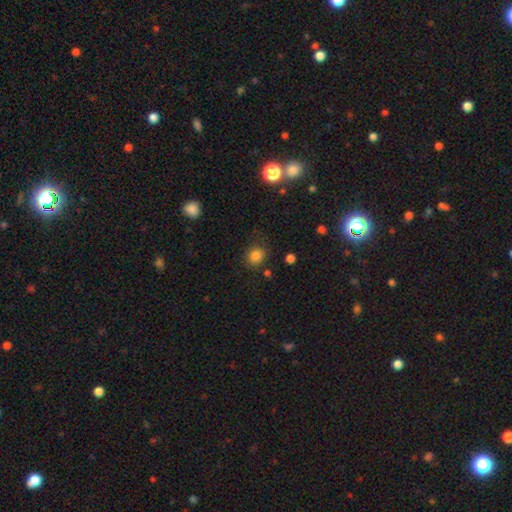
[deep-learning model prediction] A smooth galaxy with no disk features (83%) that is round (77%).

Vote fractions:
- Smooth or featured? smooth: 83% / star or artifact: 12% / featured or disk: 5%
- How rounded? round: 77% / in between: 22% / cigar-shaped: 1%
- Merging? none: 77% / minor disturbance: 15% / major disturbance: 5% / merger: 3%